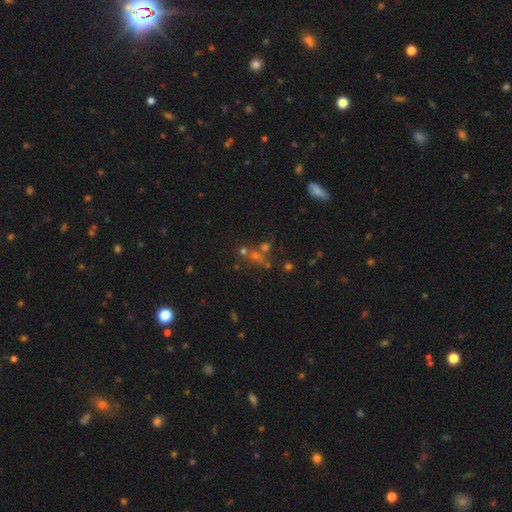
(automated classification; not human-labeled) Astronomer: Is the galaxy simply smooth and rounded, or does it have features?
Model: star or artifact — 43% (runner-up: smooth, 35%).